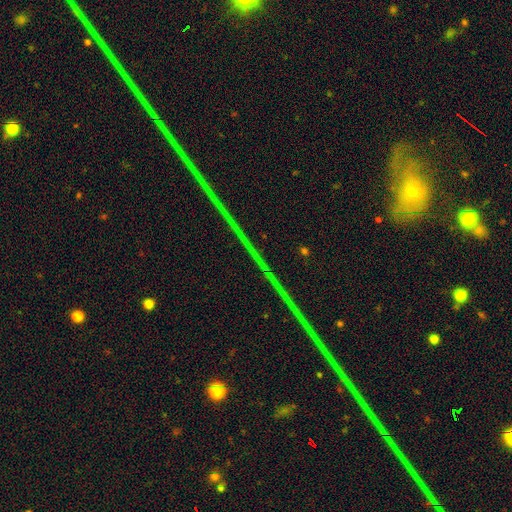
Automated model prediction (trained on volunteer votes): This is clearly a star or artifact rather than a galaxy (80%).